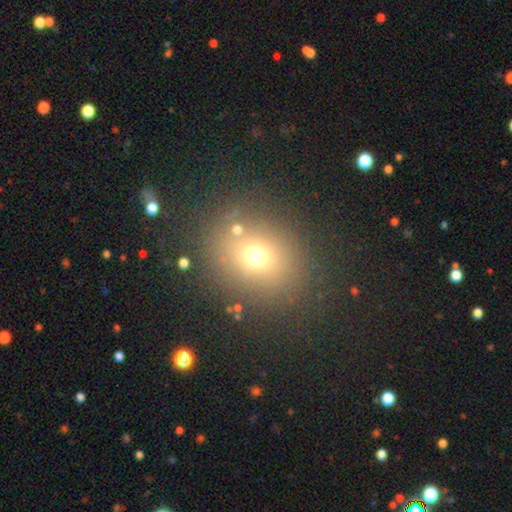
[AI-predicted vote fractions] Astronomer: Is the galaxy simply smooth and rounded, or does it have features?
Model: smooth — 67%.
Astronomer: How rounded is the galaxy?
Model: round — 64%.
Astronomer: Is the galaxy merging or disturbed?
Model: none — 80%.